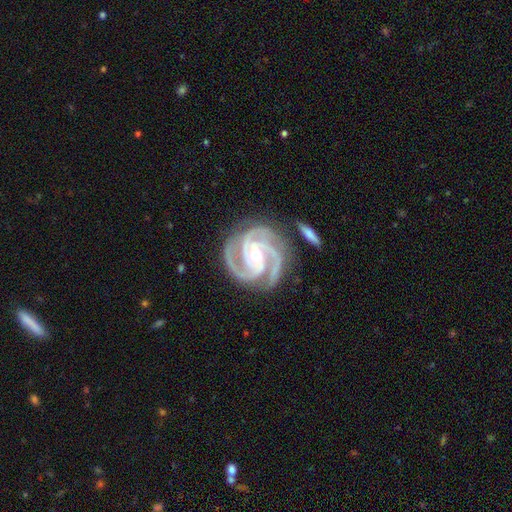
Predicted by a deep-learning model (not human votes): This is clearly a featured or disk galaxy (95%). It is clearly not viewed edge-on (98%). Bar: marginally weak (35%). Spiral arm pattern: clearly yes (99%). Spiral arm count: likely 3 (71%). Spiral winding: likely tight (66%). Central bulge: likely moderate (66%). Merging: likely none (79%).